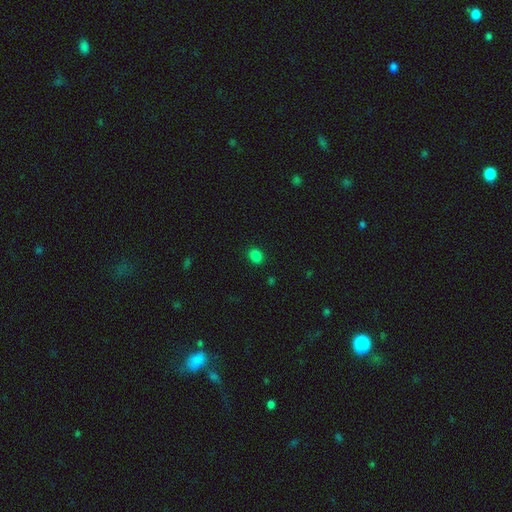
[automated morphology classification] A smooth galaxy with no disk features (83%) that is in between round and cigar-shaped (52%).

Vote fractions:
- Smooth or featured? smooth: 83% / star or artifact: 14% / featured or disk: 3%
- How rounded? in between: 52% / round: 47% / cigar-shaped: 1%
- Merging? none: 88% / minor disturbance: 8% / major disturbance: 2% / merger: 1%